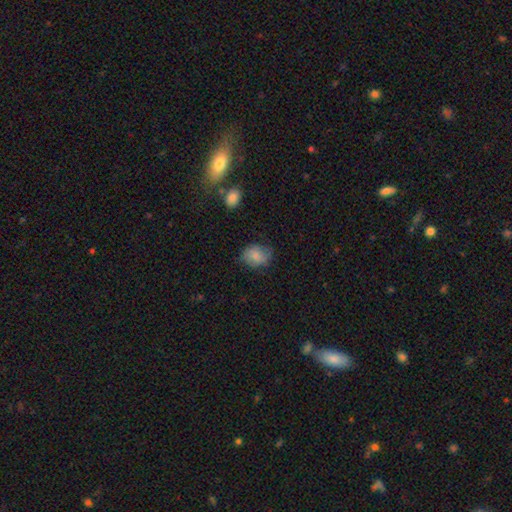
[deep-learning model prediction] Overall: smooth (79%). How rounded: round (51%; in between 48%). Merging: none (68%).